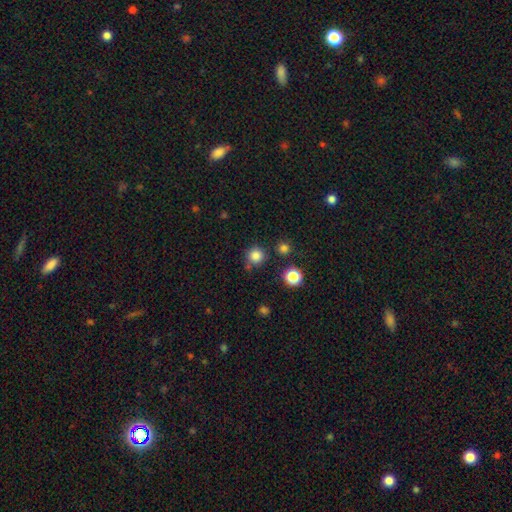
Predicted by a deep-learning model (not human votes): This is clearly a smooth galaxy (82%). How rounded: clearly round (94%). Merging: clearly none (81%).